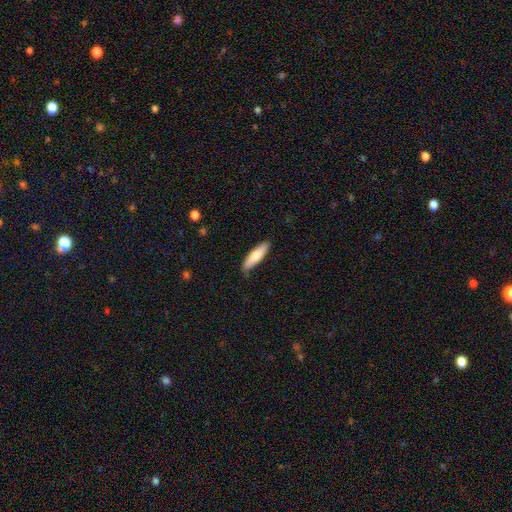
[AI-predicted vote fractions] Morphology: type=smooth (75%); roundness=cigar-shaped (64%); merging=none (85%).